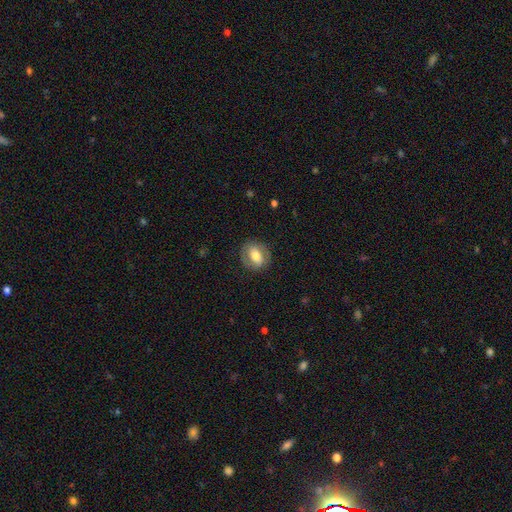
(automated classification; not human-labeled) Overall: smooth (51%; featured or disk 42%). How rounded: round (49%, tied with in between). Merging: none (81%).